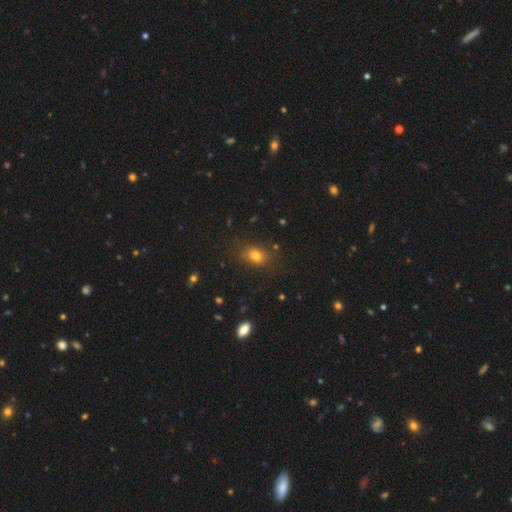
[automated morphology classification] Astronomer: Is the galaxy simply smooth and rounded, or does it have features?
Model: smooth — 76%.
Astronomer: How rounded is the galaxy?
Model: in between — 61% (runner-up: round, 38%).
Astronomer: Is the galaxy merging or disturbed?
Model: none — 79%.